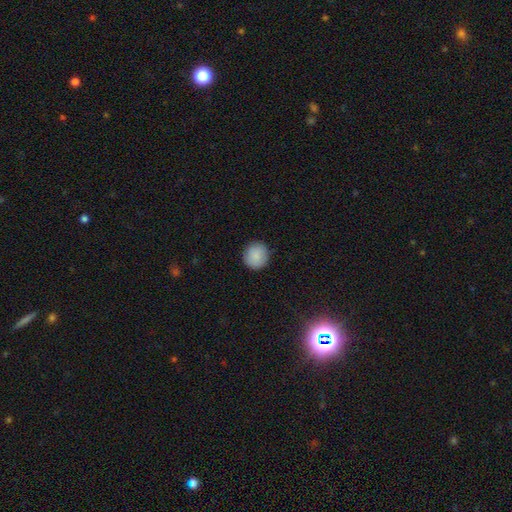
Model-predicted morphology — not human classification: This appears to be a smooth galaxy with no disk features (88%) that is round (92%). Merging: none (90%).